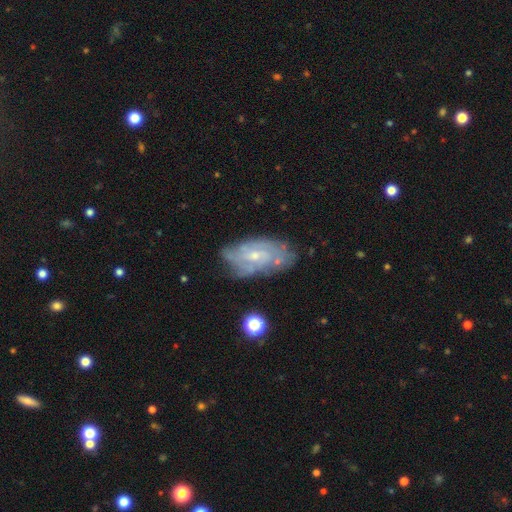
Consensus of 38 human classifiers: Q: Smooth or featured?
A: featured or disk (82%); runner-up: smooth (16%)
Q: Edge-on disk?
A: no (100%)
Q: Bar?
A: no (45%); runner-up: weak (35%)
Q: Spiral arms?
A: yes (94%); runner-up: no (6%)
Q: Spiral winding?
A: tight (52%); runner-up: medium (38%)
Q: Spiral arm count?
A: can't tell (45%); runner-up: 2 (24%)
Q: Bulge size?
A: small (71%); runner-up: moderate (19%)
Q: Merging?
A: none (70%); runner-up: minor disturbance (22%)